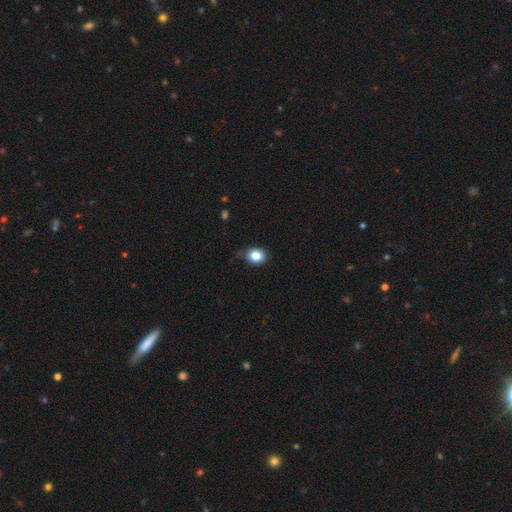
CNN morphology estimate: Smooth or featured? smooth (84%)
How rounded? in between (50%)
Merging? none (70%)